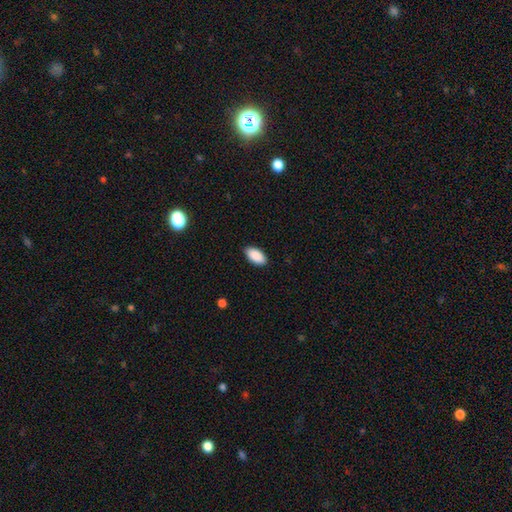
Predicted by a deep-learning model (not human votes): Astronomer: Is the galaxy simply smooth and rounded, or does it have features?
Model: smooth — 90%.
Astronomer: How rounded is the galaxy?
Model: in between — 95%.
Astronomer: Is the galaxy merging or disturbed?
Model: none — 88%.